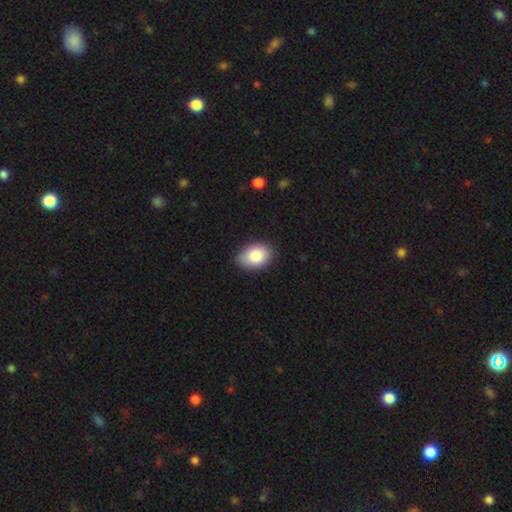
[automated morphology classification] smooth-or-featured: smooth: 85% | featured or disk: 8% | star or artifact: 7%
  how-rounded: in between: 81% | round: 18% | cigar-shaped: 1%
  merging: none: 84% | minor disturbance: 13% | major disturbance: 2% | merger: 1%